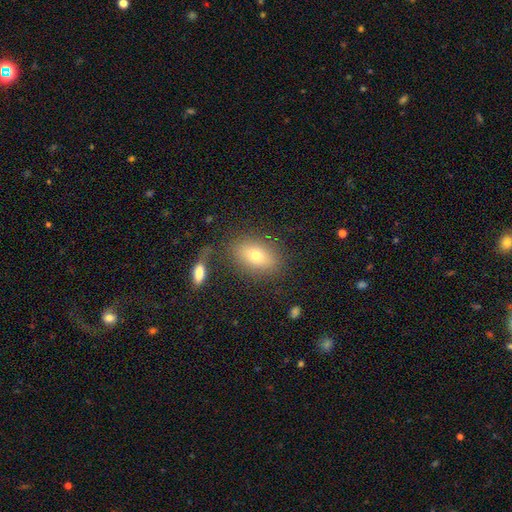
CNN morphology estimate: Smooth or featured?
  - smooth: 70% *
  - featured or disk: 20%
  - star or artifact: 11%
How rounded?
  - in between: 80% *
  - round: 17%
  - cigar-shaped: 3%
Merging?
  - none: 75% *
  - minor disturbance: 12%
  - merger: 7%
  - major disturbance: 6%